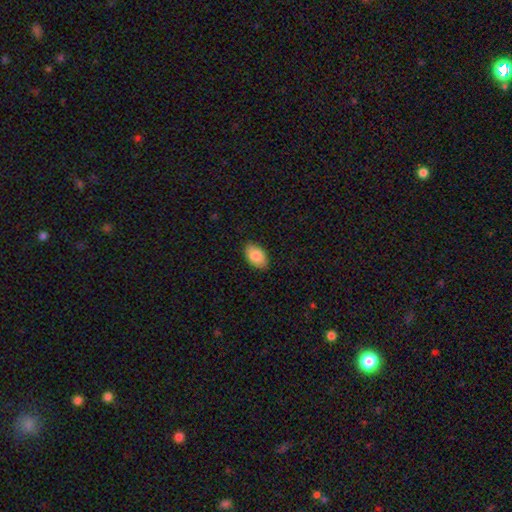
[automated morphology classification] A smooth galaxy with no disk features (86%) that is in between round and cigar-shaped (92%). Merging: none (87%).